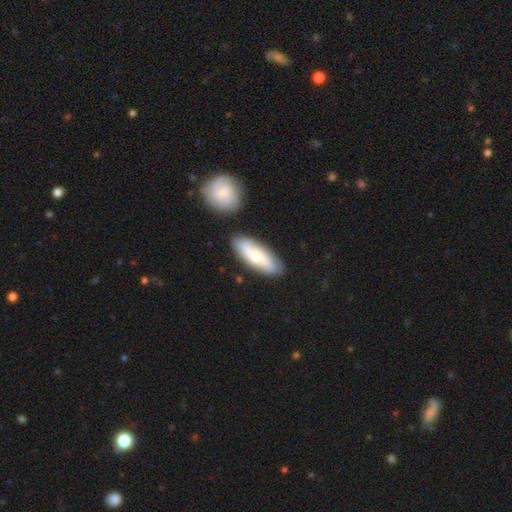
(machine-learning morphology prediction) smooth_or_featured: smooth (p=0.58) [alt: featured or disk p=0.36]
how_rounded: in between (p=0.59) [alt: cigar-shaped p=0.39]
merging: none (p=0.75) [alt: minor disturbance p=0.14]